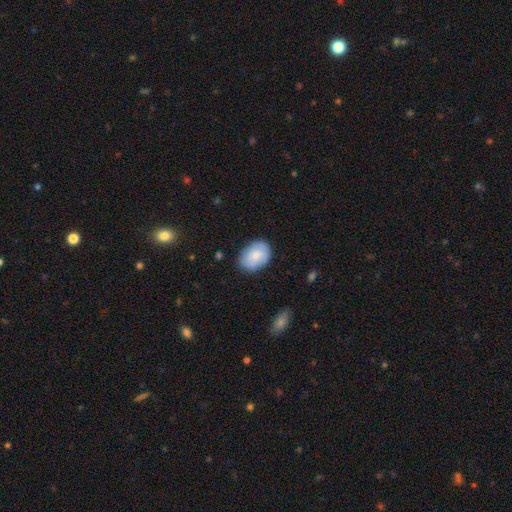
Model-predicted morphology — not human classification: Smooth or featured? smooth (74%)
How rounded? in between (77%)
Merging? none (81%)